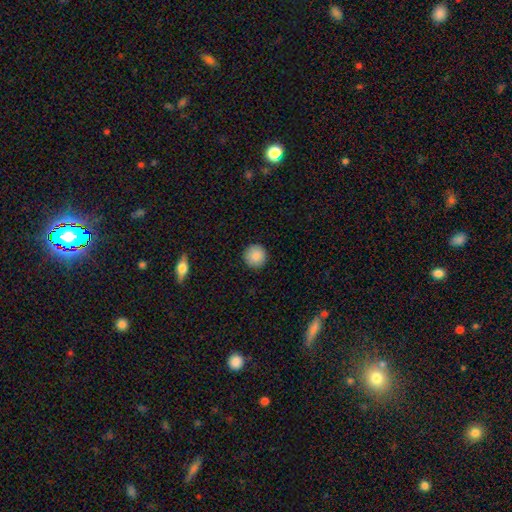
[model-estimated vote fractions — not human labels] Smooth or featured? smooth (88%)
How rounded? round (96%)
Merging? none (92%)